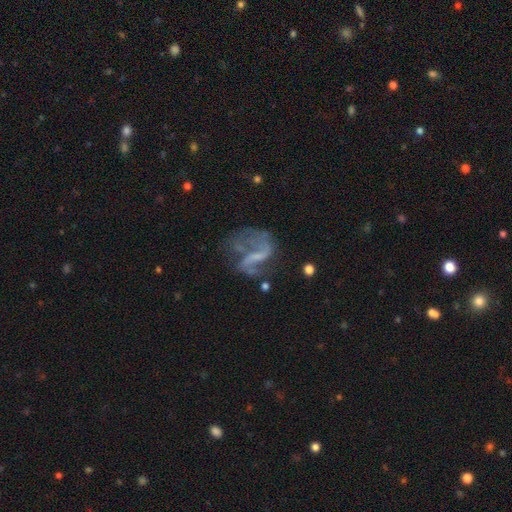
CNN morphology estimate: Smooth or featured?
  - featured or disk: 79% *
  - smooth: 11%
  - star or artifact: 10%
Edge-on disk?
  - no: 97% *
  - yes: 3%
Bar?
  - weak: 41% *
  - strong: 32%
  - no: 27%
Spiral arms?
  - yes: 81% *
  - no: 19%
Spiral winding?
  - loose: 67% *
  - medium: 26%
  - tight: 7%
Spiral arm count?
  - 2: 78% *
  - 1: 9%
  - can't tell: 7%
  - 3: 2%
  - 4: 1%
  - more than 4: 1%
Bulge size?
  - none: 57% *
  - small: 30%
  - moderate: 10%
  - large: 2%
  - dominant: 1%
Merging?
  - none: 44% *
  - major disturbance: 31%
  - minor disturbance: 19%
  - merger: 7%